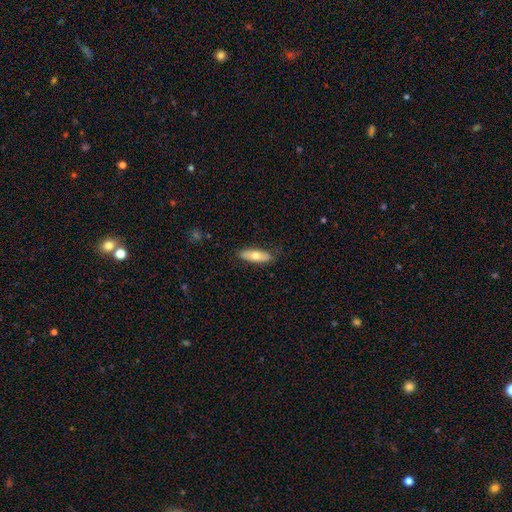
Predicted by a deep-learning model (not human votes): smooth 66%, featured or disk 28%, star or artifact 6%. Down the decision tree: how rounded — in between (62%); merging — none (81%).